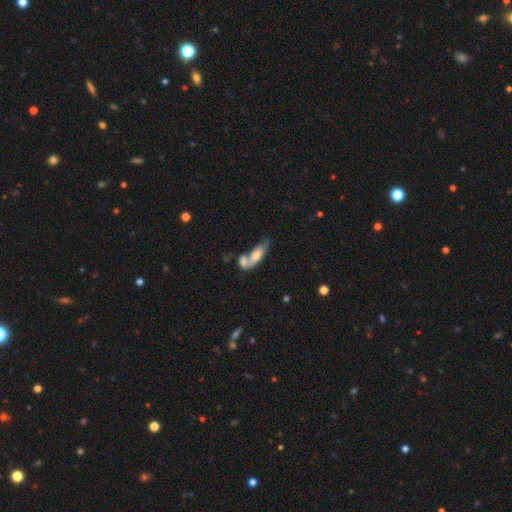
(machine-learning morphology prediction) smooth_or_featured: smooth (p=0.66) [alt: featured or disk p=0.27]
how_rounded: in between (p=0.71) [alt: cigar-shaped p=0.26]
merging: merger (p=0.56) [alt: none p=0.25]